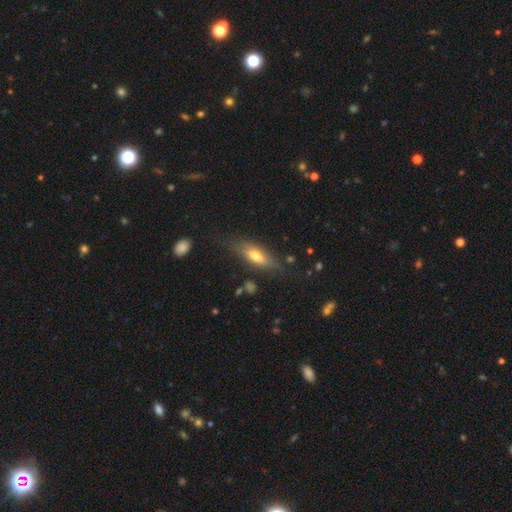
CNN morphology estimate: A smooth galaxy with no disk features (59%) that is in between round and cigar-shaped (55%). Merging: none (75%).